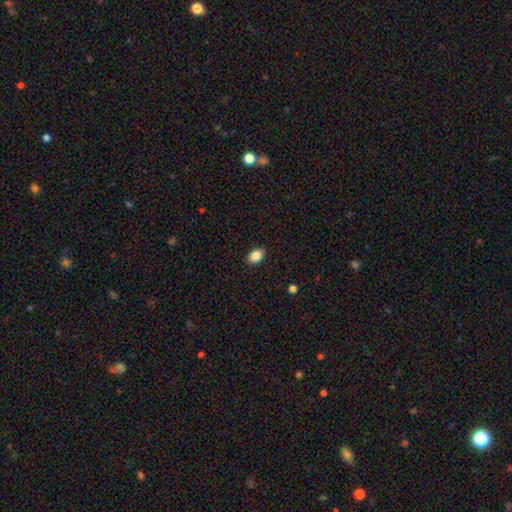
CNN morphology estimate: Smooth or featured?
  - smooth: 87% *
  - star or artifact: 8%
  - featured or disk: 5%
How rounded?
  - in between: 88% *
  - round: 11%
  - cigar-shaped: 1%
Merging?
  - none: 89% *
  - minor disturbance: 8%
  - major disturbance: 2%
  - merger: 1%